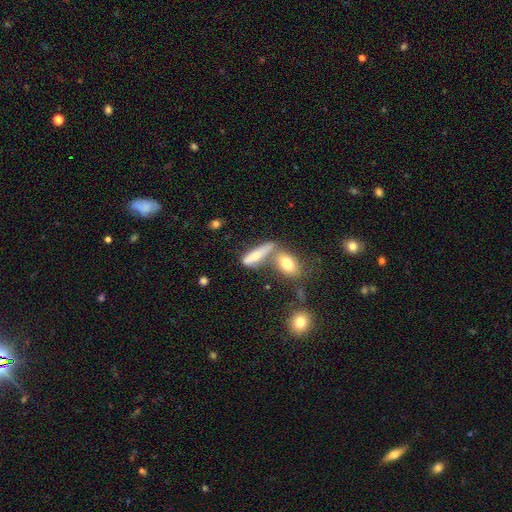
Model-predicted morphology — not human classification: This is likely a smooth galaxy (63%). How rounded: possibly cigar-shaped (51%). Merging: marginally merger (39%, tied with none).